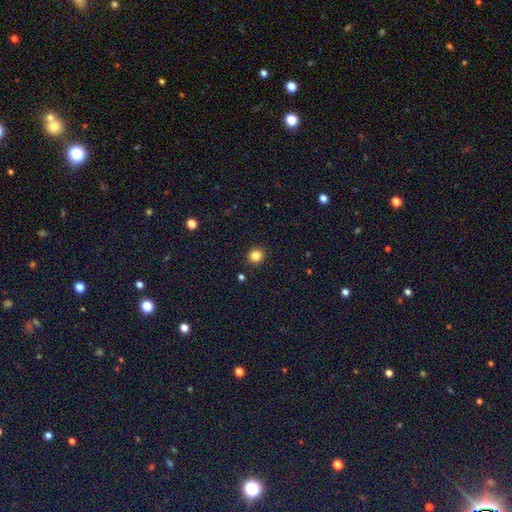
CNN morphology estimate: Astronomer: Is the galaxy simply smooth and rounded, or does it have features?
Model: smooth — 83%.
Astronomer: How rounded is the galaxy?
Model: round — 90%.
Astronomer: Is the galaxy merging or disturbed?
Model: none — 92%.